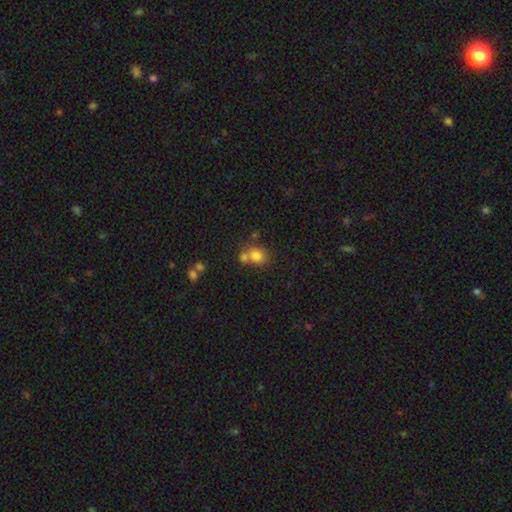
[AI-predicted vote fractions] smooth 78%, star or artifact 12%, featured or disk 10%. Down the decision tree: how rounded — round (68%); merging — none (49%).